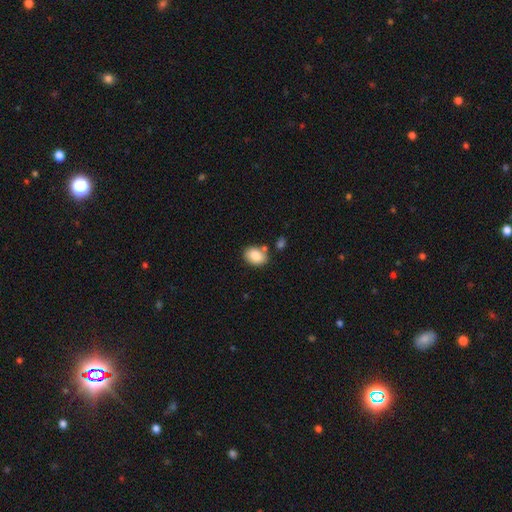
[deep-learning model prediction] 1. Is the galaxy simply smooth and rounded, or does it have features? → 85% smooth, 8% star or artifact, 7% featured or disk.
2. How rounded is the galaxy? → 73% in between, 26% round, 1% cigar-shaped.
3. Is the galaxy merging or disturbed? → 71% none, 14% minor disturbance, 12% merger, 3% major disturbance.